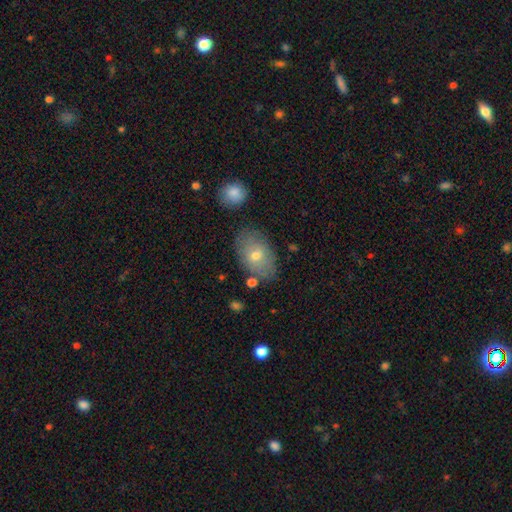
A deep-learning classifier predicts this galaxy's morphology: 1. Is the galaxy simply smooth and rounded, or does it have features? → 67% smooth, 24% featured or disk, 8% star or artifact.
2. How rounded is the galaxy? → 88% in between, 11% round, 1% cigar-shaped.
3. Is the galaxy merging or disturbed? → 76% none, 16% minor disturbance, 4% merger, 4% major disturbance.